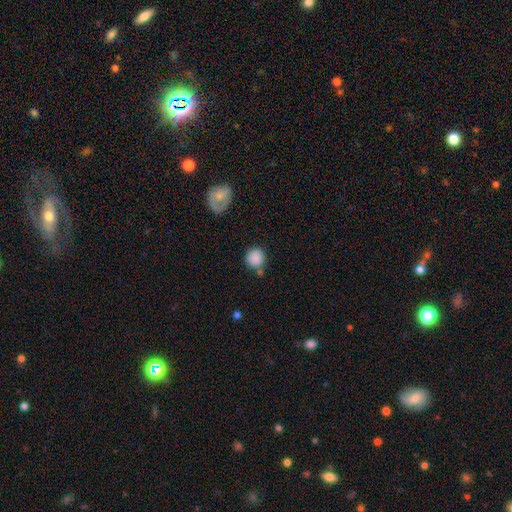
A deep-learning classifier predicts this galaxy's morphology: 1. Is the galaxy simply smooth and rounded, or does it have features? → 86% smooth, 8% star or artifact, 6% featured or disk.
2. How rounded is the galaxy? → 89% round, 10% in between, 1% cigar-shaped.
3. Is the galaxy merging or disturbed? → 69% none, 16% minor disturbance, 11% merger, 5% major disturbance.